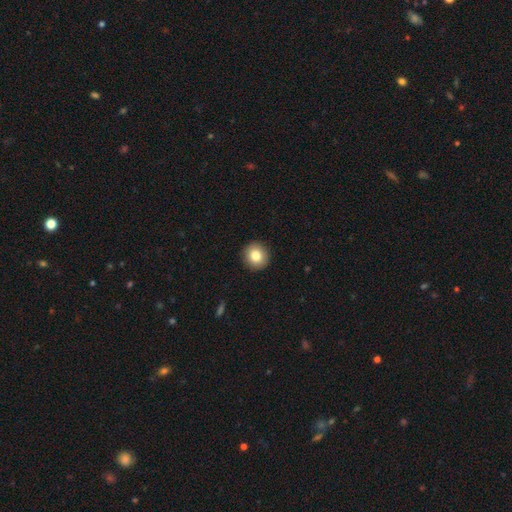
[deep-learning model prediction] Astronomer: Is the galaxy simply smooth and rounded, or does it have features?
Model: smooth — 82%.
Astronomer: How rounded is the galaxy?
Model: round — 93%.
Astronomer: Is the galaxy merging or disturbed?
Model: none — 93%.